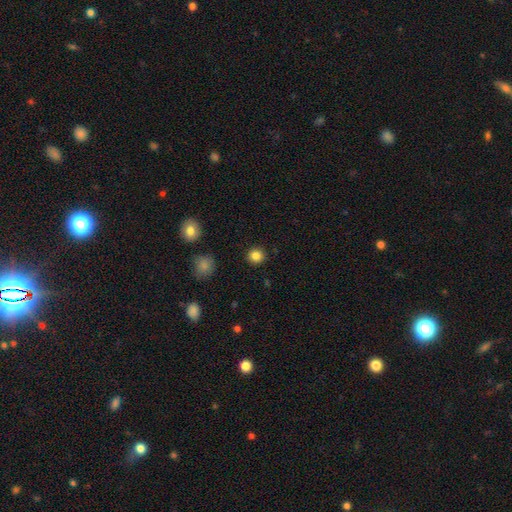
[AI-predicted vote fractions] This appears to be a smooth galaxy with no disk features (84%) that is round (92%). Merging: none (92%).